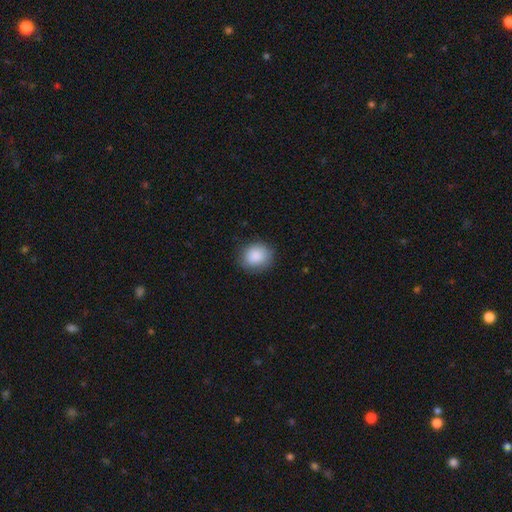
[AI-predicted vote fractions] A smooth galaxy with no disk features (88%) that is round (74%). Merging: none (84%).